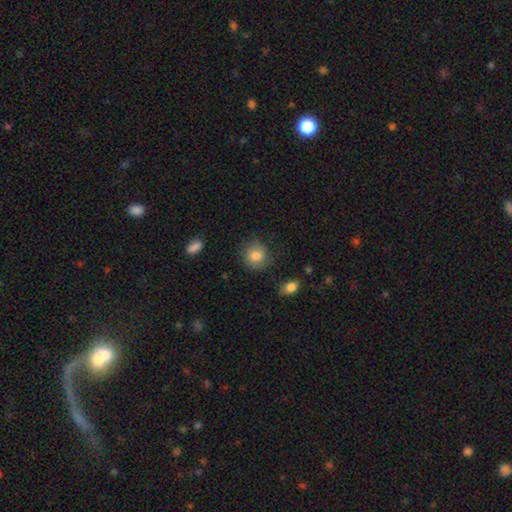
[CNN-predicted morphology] smooth_or_featured: smooth (p=0.83) [alt: star or artifact p=0.09]
how_rounded: round (p=0.84) [alt: in between p=0.15]
merging: none (p=0.80) [alt: minor disturbance p=0.14]